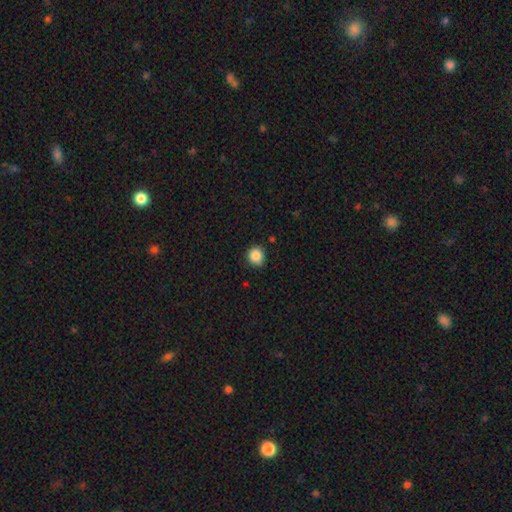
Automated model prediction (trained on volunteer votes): The model was most divided on "how rounded": round: 83%, in between: 16%, cigar-shaped: 1%. More confident: smooth or featured — smooth (87%); merging — none (85%).